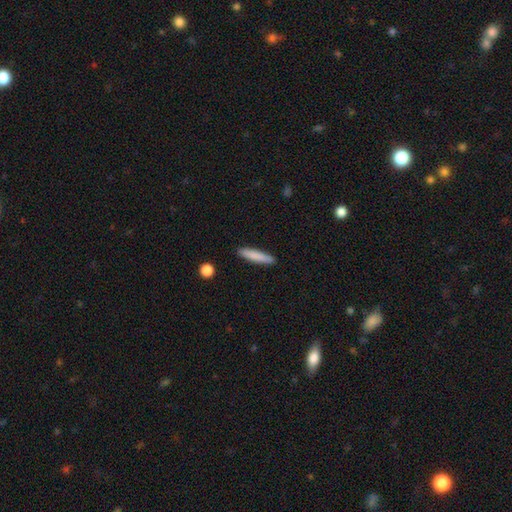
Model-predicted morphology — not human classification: Q: Smooth or featured?
A: smooth (82%); runner-up: featured or disk (12%)
Q: How rounded?
A: cigar-shaped (89%); runner-up: in between (10%)
Q: Merging?
A: none (89%); runner-up: minor disturbance (8%)